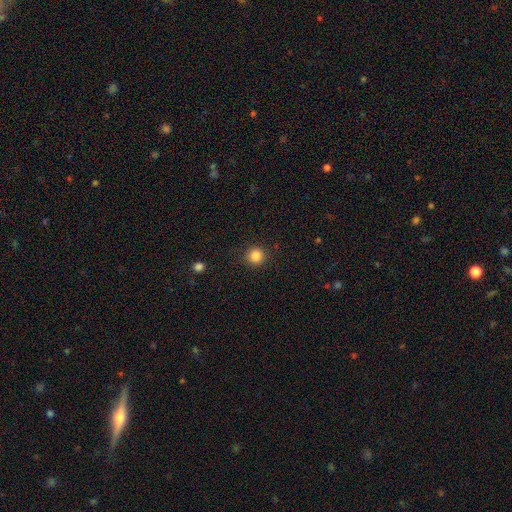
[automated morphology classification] The model was most divided on "smooth or featured": smooth: 85%, star or artifact: 11%, featured or disk: 4%. More confident: how rounded — round (94%); merging — none (90%).